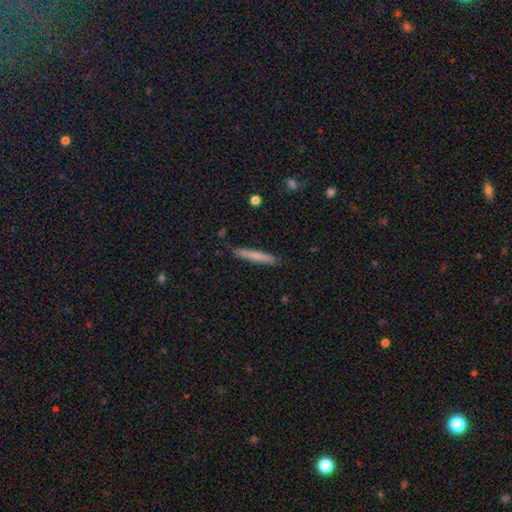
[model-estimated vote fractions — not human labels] This is likely a smooth galaxy (74%). How rounded: clearly cigar-shaped (96%). Merging: clearly none (89%).